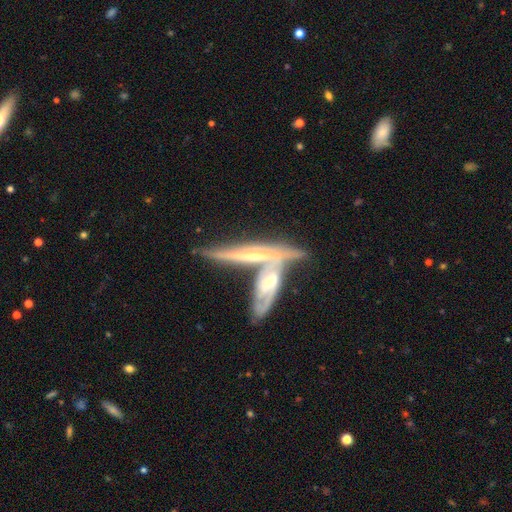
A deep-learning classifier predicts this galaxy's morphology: featured or disk 77%, smooth 17%, star or artifact 6%. Down the decision tree: edge-on disk — yes (74%); edge-on bulge — rounded (53%); merging — merger (53%).